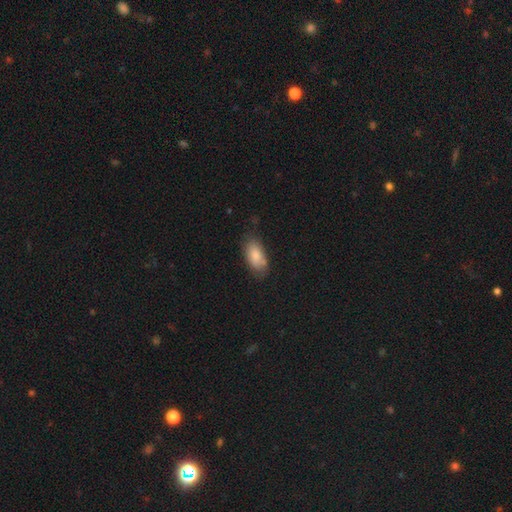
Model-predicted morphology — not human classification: smooth-or-featured: smooth: 80% | featured or disk: 13% | star or artifact: 7%
  how-rounded: in between: 92% | round: 4% | cigar-shaped: 4%
  merging: none: 69% | minor disturbance: 22% | major disturbance: 5% | merger: 4%